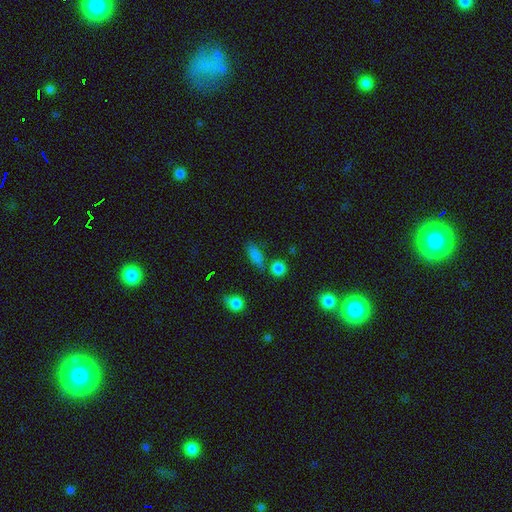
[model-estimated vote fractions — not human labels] Overall: smooth (81%). How rounded: in between (64%; cigar-shaped 24%). Merging: none (71%).